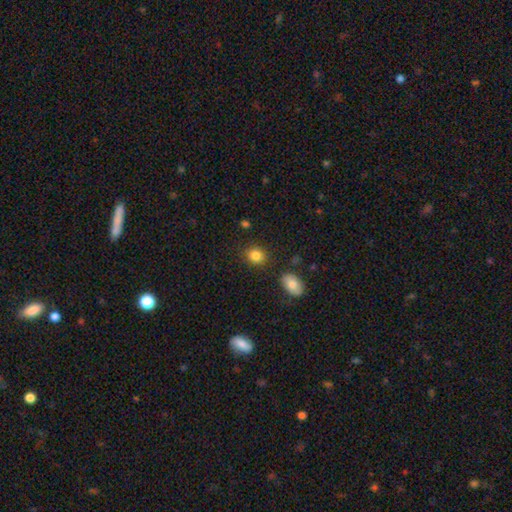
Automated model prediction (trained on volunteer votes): Overall: smooth (85%). How rounded: round (59%; in between 40%). Merging: none (84%).